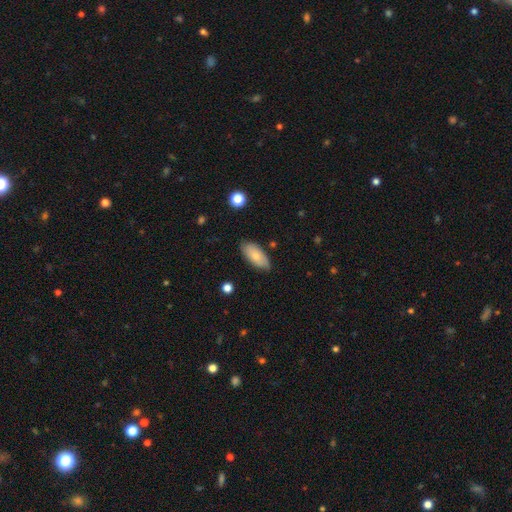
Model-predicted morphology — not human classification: This is likely a smooth galaxy (76%). How rounded: clearly in between (90%). Merging: likely none (80%).